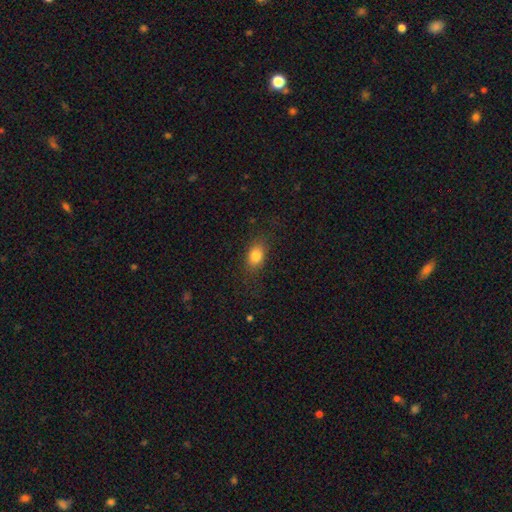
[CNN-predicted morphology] This appears to be a smooth galaxy with no disk features (81%) that is in between round and cigar-shaped (70%). Merging: none (78%).